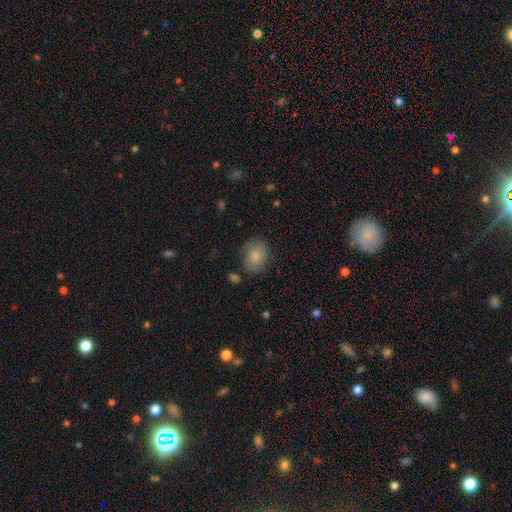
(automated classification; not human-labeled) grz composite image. It shows a smooth galaxy with no disk features (82%) that is in between round and cigar-shaped (55%). Merging: none (73%).